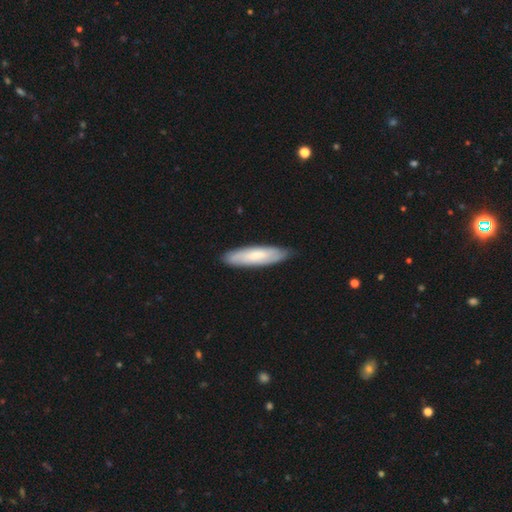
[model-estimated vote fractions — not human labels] Q: Smooth or featured?
A: smooth (65%); runner-up: featured or disk (30%)
Q: How rounded?
A: cigar-shaped (67%); runner-up: in between (32%)
Q: Merging?
A: none (84%); runner-up: minor disturbance (13%)